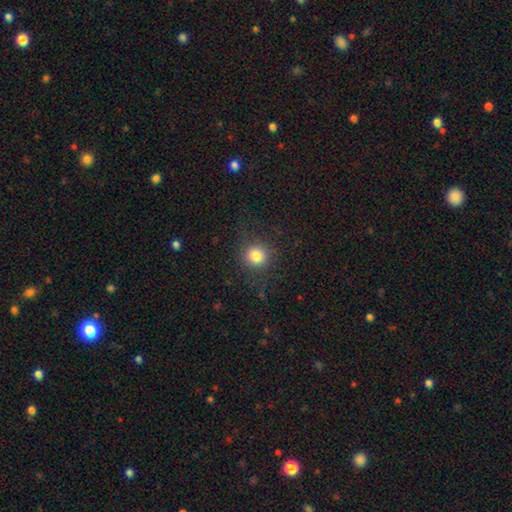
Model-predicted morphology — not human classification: Smooth or featured? Predicted: smooth (p=0.82). How rounded? Predicted: round (p=0.92). Merging? Predicted: none (p=0.86).